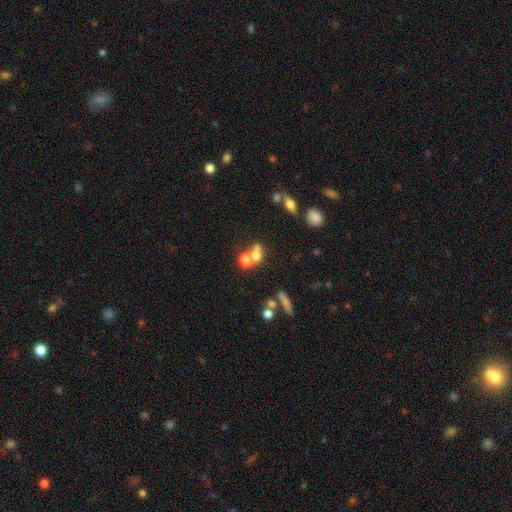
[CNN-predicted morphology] smooth_or_featured: smooth (p=0.65) [alt: featured or disk p=0.20]
how_rounded: round (p=0.69) [alt: in between p=0.29]
merging: merger (p=0.59) [alt: none p=0.30]